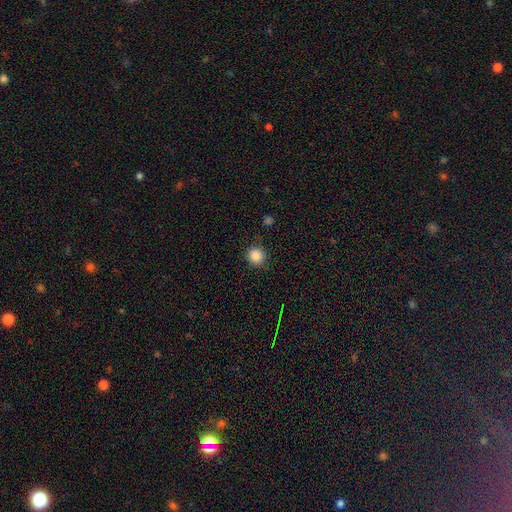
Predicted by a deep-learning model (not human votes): Smooth or featured? smooth (86%)
How rounded? round (90%)
Merging? none (87%)